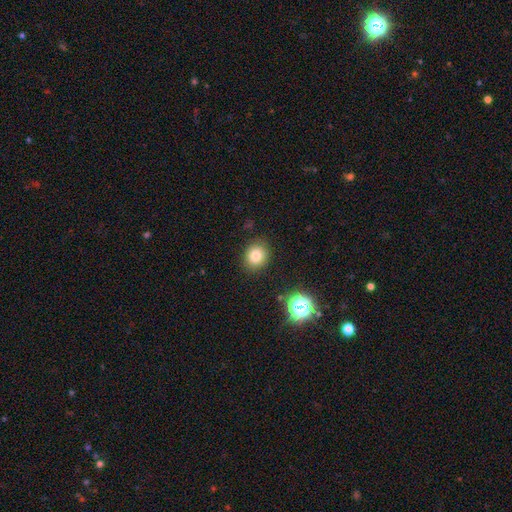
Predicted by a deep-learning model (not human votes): smooth 79%, star or artifact 13%, featured or disk 8%. Down the decision tree: how rounded — round (76%); merging — none (86%).